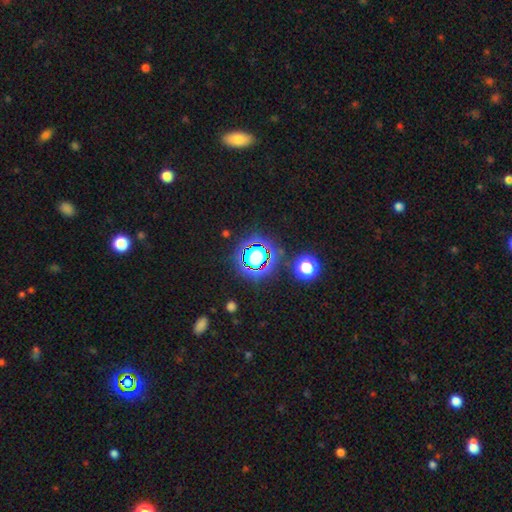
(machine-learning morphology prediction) Q: Smooth or featured?
A: star or artifact (62%); runner-up: smooth (26%)